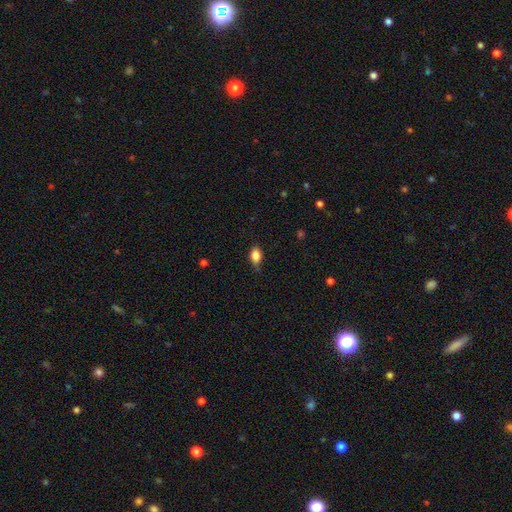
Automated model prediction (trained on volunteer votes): Q: Smooth or featured?
A: smooth (83%); runner-up: star or artifact (9%)
Q: How rounded?
A: in between (81%); runner-up: round (16%)
Q: Merging?
A: none (69%); runner-up: minor disturbance (26%)